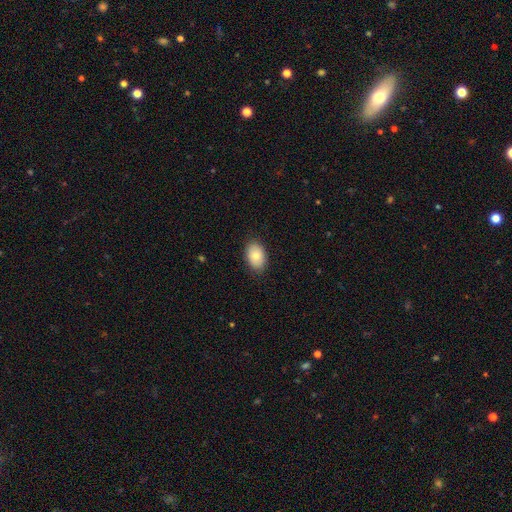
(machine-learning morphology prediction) Overall: smooth (81%). How rounded: in between (85%). Merging: none (86%).